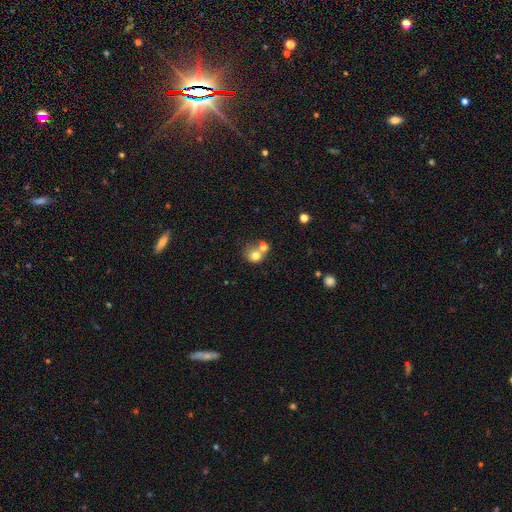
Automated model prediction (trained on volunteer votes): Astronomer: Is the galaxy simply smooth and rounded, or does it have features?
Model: smooth — 70%.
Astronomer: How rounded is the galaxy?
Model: round — 74%.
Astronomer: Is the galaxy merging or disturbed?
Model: merger — 53% (runner-up: none, 34%).